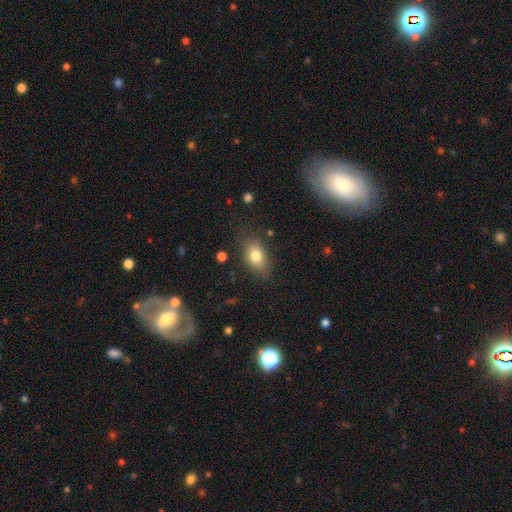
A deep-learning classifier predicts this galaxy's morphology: The model was most divided on "merging": none: 78%, minor disturbance: 16%, major disturbance: 5%, merger: 2%. More confident: how rounded — in between (82%); smooth or featured — smooth (79%).